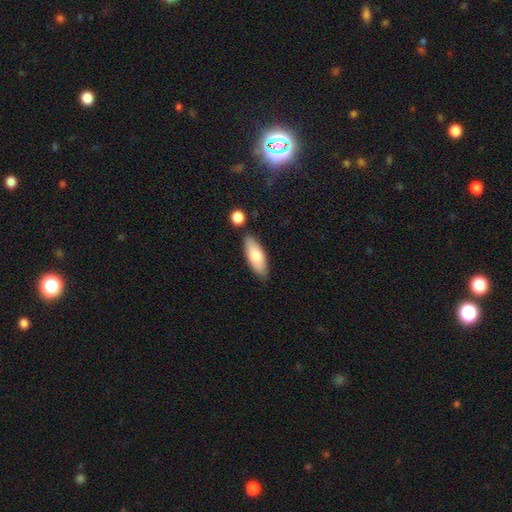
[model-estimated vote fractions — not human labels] smooth-or-featured: smooth: 78% | featured or disk: 16% | star or artifact: 5%
  how-rounded: in between: 71% | cigar-shaped: 27% | round: 2%
  merging: none: 80% | minor disturbance: 12% | merger: 6% | major disturbance: 2%